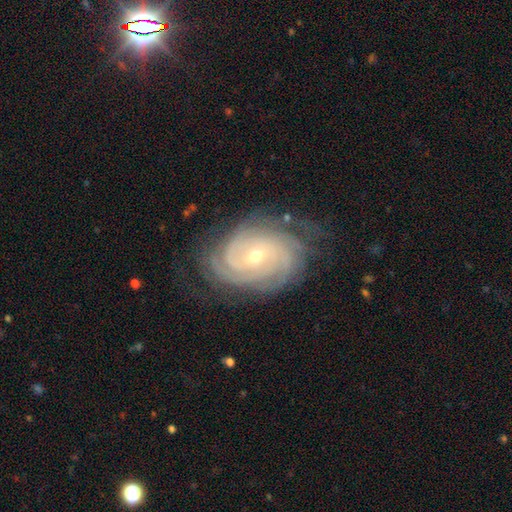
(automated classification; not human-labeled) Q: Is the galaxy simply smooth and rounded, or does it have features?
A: featured or disk — 89%.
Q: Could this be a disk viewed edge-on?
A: no — 97%.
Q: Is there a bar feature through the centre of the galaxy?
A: no — 61%.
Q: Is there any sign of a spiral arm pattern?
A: yes — 98%.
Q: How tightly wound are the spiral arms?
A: tight — 80%.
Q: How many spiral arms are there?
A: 4 — 26%.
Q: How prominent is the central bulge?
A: small — 63%.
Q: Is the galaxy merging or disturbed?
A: none — 75%.